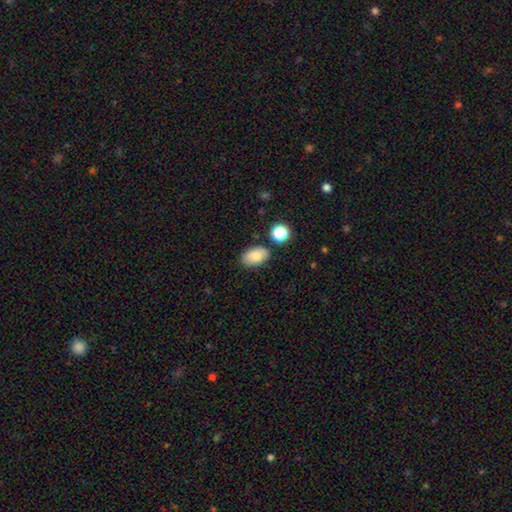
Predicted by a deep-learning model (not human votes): Morphology: type=smooth (84%); roundness=in between (91%); merging=none (80%).